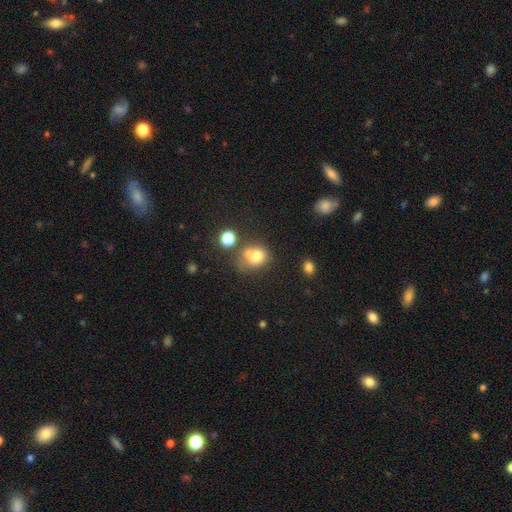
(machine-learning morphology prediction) The model was most divided on "merging": merger: 46%, none: 34%, minor disturbance: 13%, major disturbance: 8%. More confident: smooth or featured — smooth (71%); how rounded — round (63%).